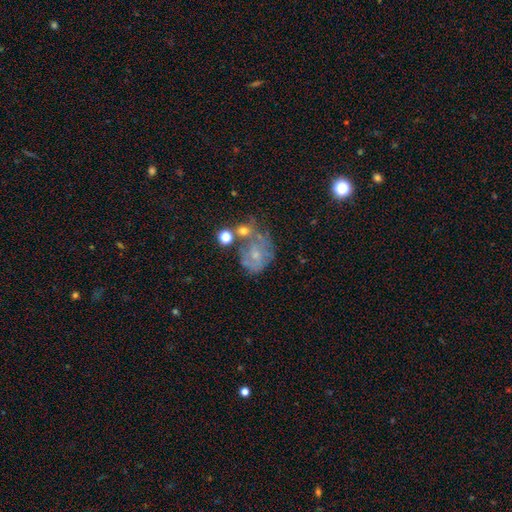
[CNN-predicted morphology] Q: Smooth or featured?
A: featured or disk (53%); runner-up: smooth (34%)
Q: Edge-on disk?
A: no (98%); runner-up: yes (2%)
Q: Bar?
A: no (81%); runner-up: weak (16%)
Q: Spiral arms?
A: no (59%); runner-up: yes (41%)
Q: Bulge size?
A: small (59%); runner-up: moderate (21%)
Q: Merging?
A: none (33%); runner-up: major disturbance (25%)